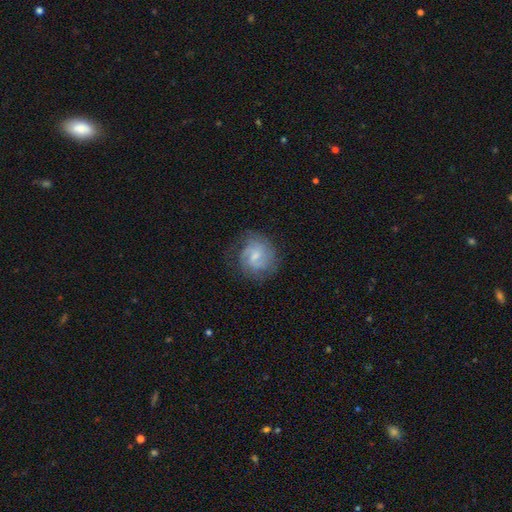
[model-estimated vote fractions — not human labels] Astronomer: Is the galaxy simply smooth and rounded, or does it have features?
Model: featured or disk — 66%.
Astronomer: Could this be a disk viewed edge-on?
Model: no — 98%.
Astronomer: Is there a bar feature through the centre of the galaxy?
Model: weak — 59%.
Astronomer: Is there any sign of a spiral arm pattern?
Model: yes — 89%.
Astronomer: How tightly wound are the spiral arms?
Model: tight — 45% (runner-up: medium, 39%).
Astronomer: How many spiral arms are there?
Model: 2 — 37% (runner-up: can't tell, 33%).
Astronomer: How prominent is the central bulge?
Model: small — 53% (runner-up: moderate, 30%).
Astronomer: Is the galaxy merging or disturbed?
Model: none — 66%.